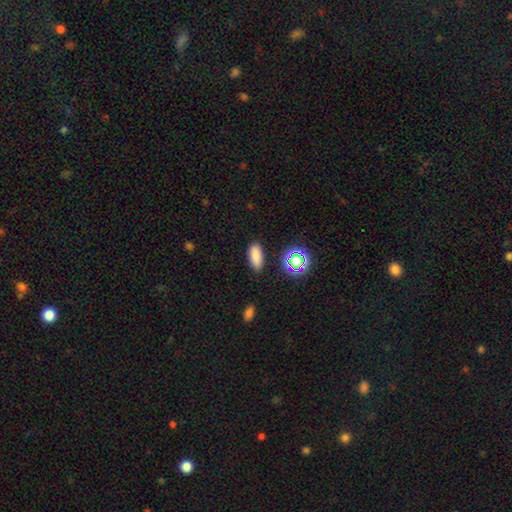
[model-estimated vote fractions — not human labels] Morphology: type=smooth (82%); roundness=in between (80%); merging=none (86%).